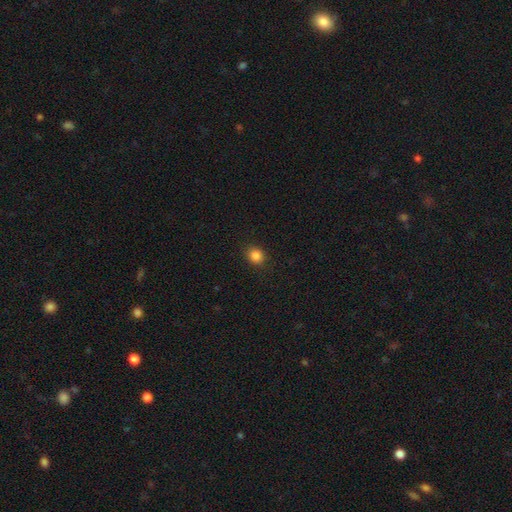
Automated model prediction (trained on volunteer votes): Smooth or featured?
  - smooth: 85% *
  - star or artifact: 11%
  - featured or disk: 4%
How rounded?
  - round: 69% *
  - in between: 30%
  - cigar-shaped: 1%
Merging?
  - none: 89% *
  - minor disturbance: 8%
  - major disturbance: 2%
  - merger: 1%